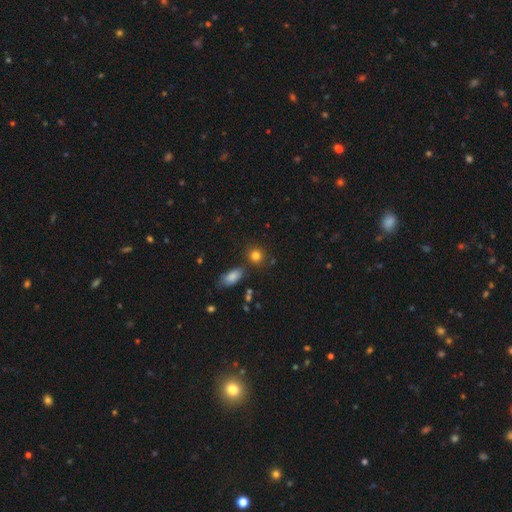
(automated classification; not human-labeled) The model was most divided on "how rounded": round: 79%, in between: 20%, cigar-shaped: 2%. More confident: smooth or featured — smooth (82%); merging — none (76%).